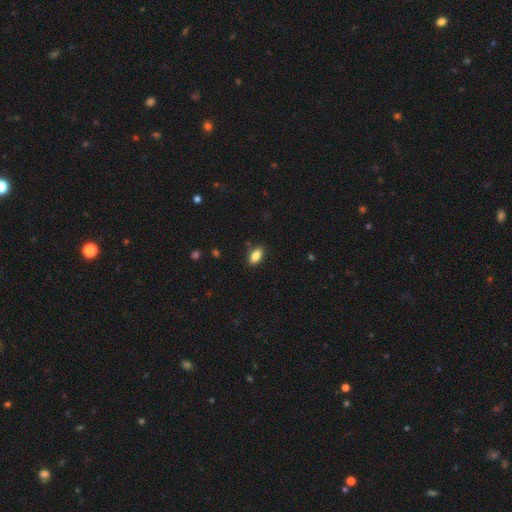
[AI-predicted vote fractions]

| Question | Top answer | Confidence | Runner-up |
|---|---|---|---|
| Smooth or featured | smooth | 84% | star or artifact (8%) |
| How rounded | in between | 90% | cigar-shaped (5%) |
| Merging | none | 85% | minor disturbance (11%) |